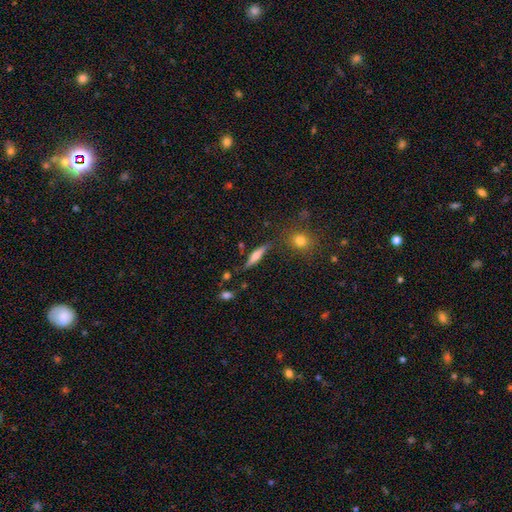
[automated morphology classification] smooth 48%, featured or disk 44%, star or artifact 8%. Down the decision tree: merging — none (73%).